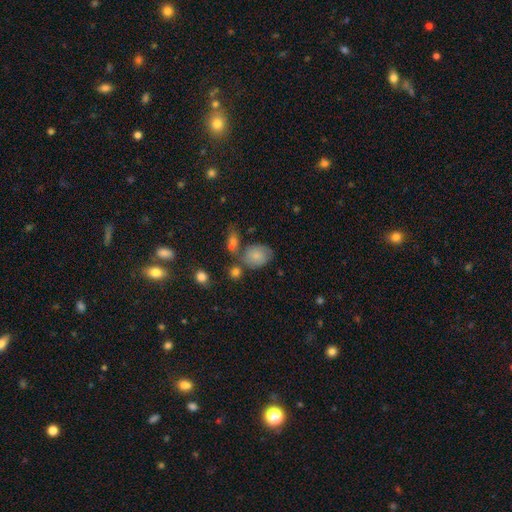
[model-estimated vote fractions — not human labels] smooth 78%, featured or disk 13%, star or artifact 9%. Down the decision tree: how rounded — in between (63%); merging — none (55%).